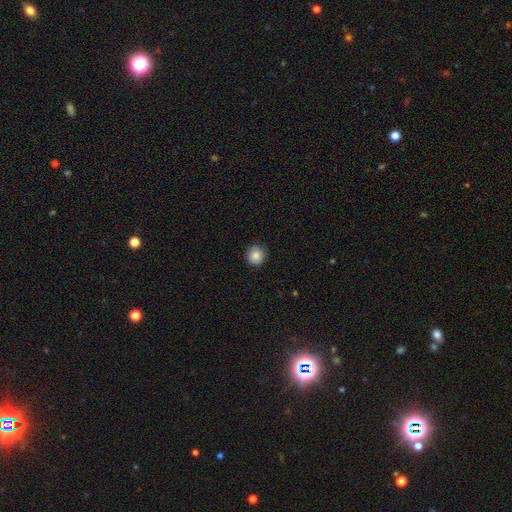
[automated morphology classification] A smooth galaxy with no disk features (86%) that is round (92%). Merging: none (88%).